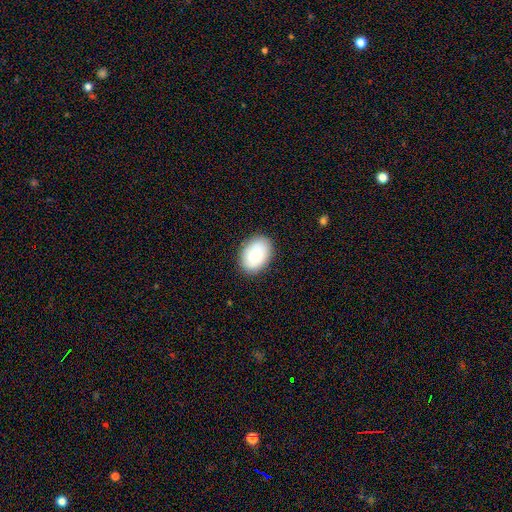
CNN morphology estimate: smooth 75%, featured or disk 18%, star or artifact 7%. Down the decision tree: how rounded — in between (79%); merging — none (86%).